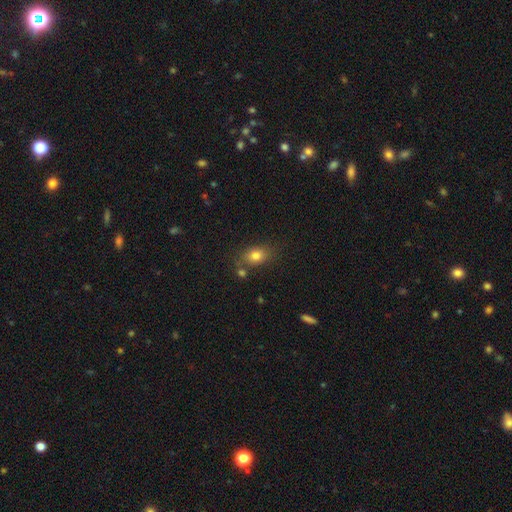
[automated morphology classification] smooth 80%, star or artifact 11%, featured or disk 9%. Down the decision tree: how rounded — in between (69%); merging — none (68%).